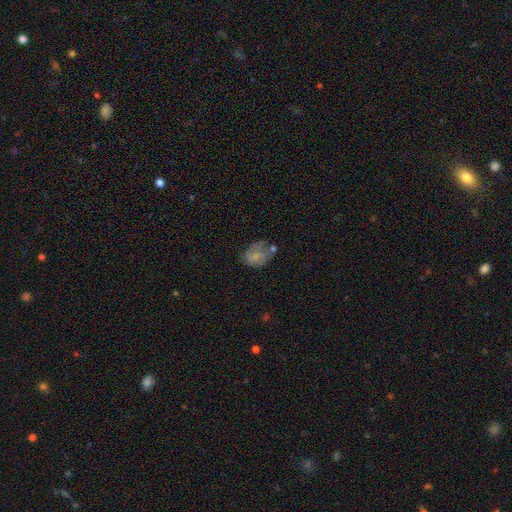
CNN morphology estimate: smooth-or-featured: smooth: 64% | featured or disk: 26% | star or artifact: 10%
  how-rounded: in between: 66% | round: 33% | cigar-shaped: 1%
  merging: none: 37% | minor disturbance: 29% | major disturbance: 20% | merger: 15%